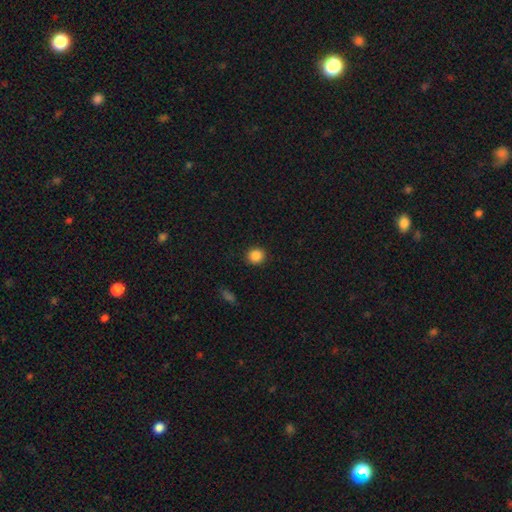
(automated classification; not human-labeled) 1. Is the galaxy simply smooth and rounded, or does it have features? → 86% smooth, 10% star or artifact, 3% featured or disk.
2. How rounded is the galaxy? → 86% round, 13% in between, 1% cigar-shaped.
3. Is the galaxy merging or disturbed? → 90% none, 6% minor disturbance, 2% major disturbance, 1% merger.